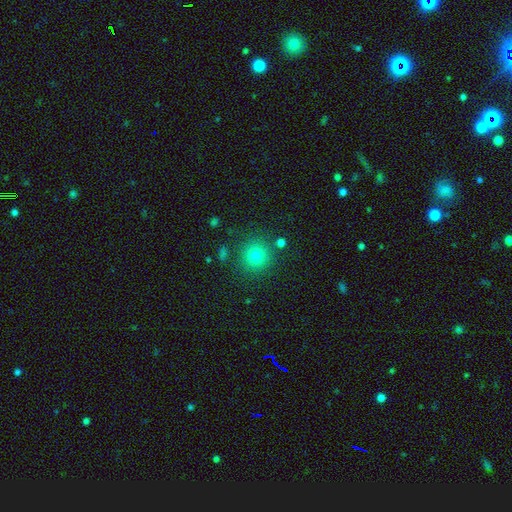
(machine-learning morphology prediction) Smooth or featured?
  - smooth: 78% *
  - star or artifact: 14%
  - featured or disk: 8%
How rounded?
  - round: 93% *
  - in between: 6%
  - cigar-shaped: 1%
Merging?
  - none: 85% *
  - minor disturbance: 8%
  - merger: 4%
  - major disturbance: 3%